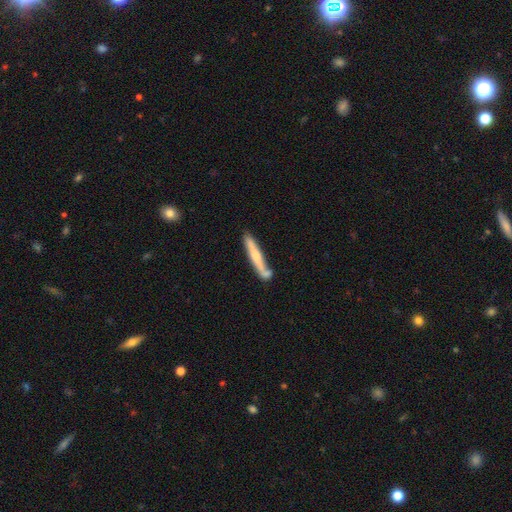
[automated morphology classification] A smooth galaxy with no disk features (54%) that is cigar-shaped (93%).

Vote fractions:
- Smooth or featured? smooth: 54% / featured or disk: 41% / star or artifact: 5%
- How rounded? cigar-shaped: 93% / in between: 5% / round: 1%
- Merging? none: 62% / merger: 17% / minor disturbance: 16% / major disturbance: 4%